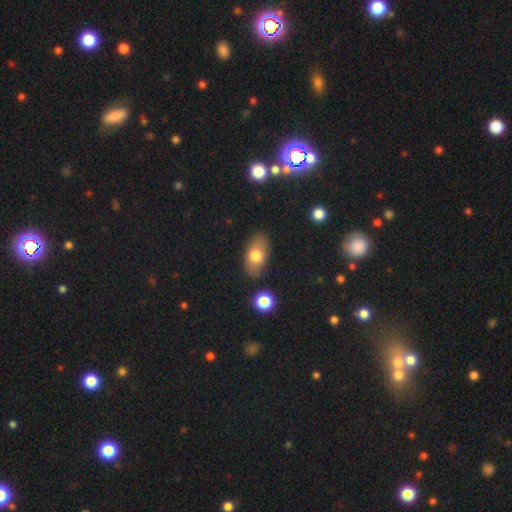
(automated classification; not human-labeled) smooth_or_featured: smooth (p=0.72) [alt: featured or disk p=0.20]
how_rounded: in between (p=0.89) [alt: round p=0.08]
merging: none (p=0.82) [alt: minor disturbance p=0.12]